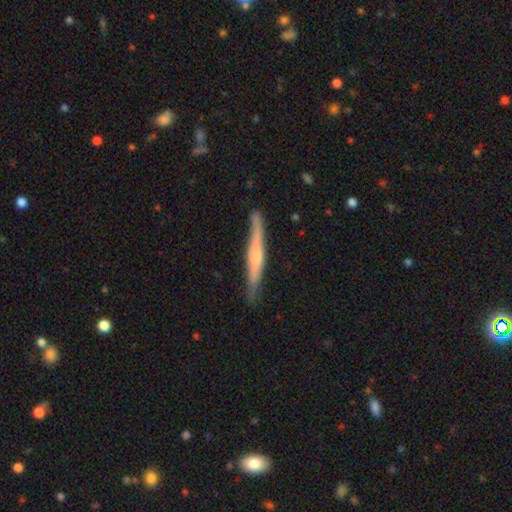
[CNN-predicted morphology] Smooth or featured? Predicted: featured or disk (p=0.55). Edge-on disk? Predicted: yes (p=0.95). Edge-on bulge? Predicted: rounded (p=0.51). Merging? Predicted: none (p=0.81).